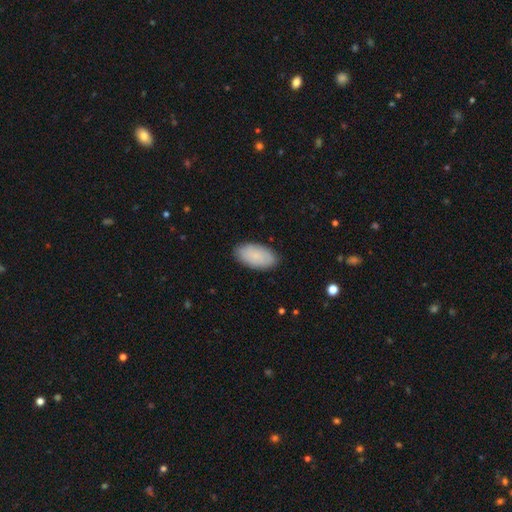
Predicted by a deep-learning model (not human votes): smooth 77%, featured or disk 16%, star or artifact 7%. Down the decision tree: how rounded — in between (95%); merging — none (87%).